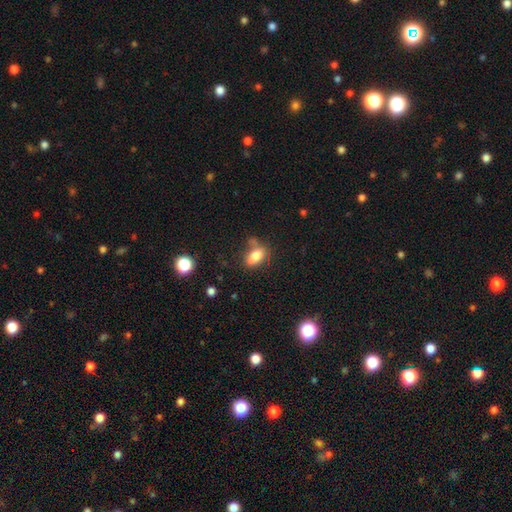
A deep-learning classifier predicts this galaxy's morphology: The model was most divided on "merging": none: 52%, minor disturbance: 24%, merger: 15%, major disturbance: 10%. More confident: how rounded — in between (85%); smooth or featured — smooth (75%).